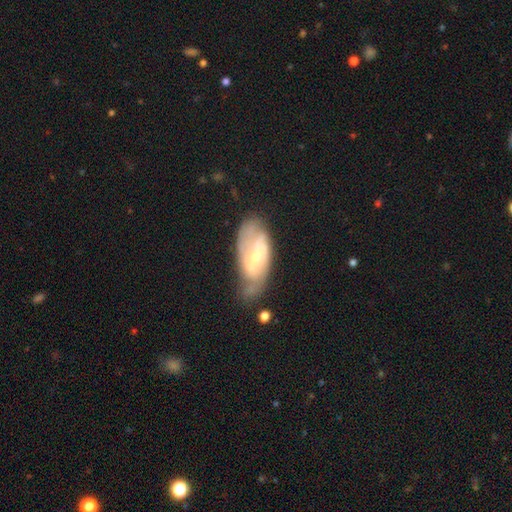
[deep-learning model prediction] Overall: featured or disk (72%). Edge-on disk: no (92%). Bar: weak (44%; no 30%). Spiral arms: yes (85%). Spiral arm count: 2 (60%; can't tell 26%). Spiral winding: medium (43%; tight 38%). Bulge size: small (61%; moderate 32%). Merging: none (57%; minor disturbance 27%).